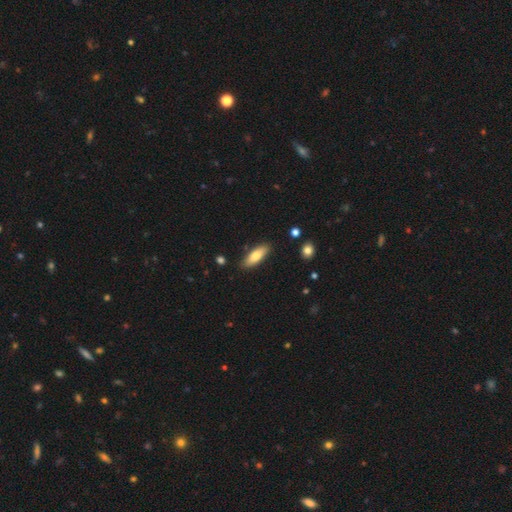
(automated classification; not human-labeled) Q: Smooth or featured?
A: smooth (75%); runner-up: featured or disk (19%)
Q: How rounded?
A: in between (61%); runner-up: cigar-shaped (37%)
Q: Merging?
A: none (86%); runner-up: minor disturbance (10%)